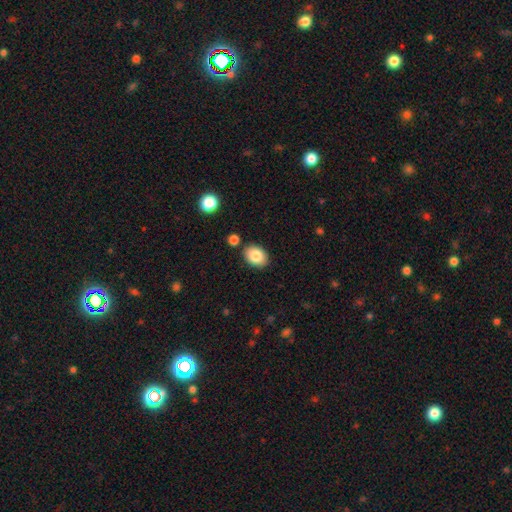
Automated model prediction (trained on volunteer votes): Smooth or featured: smooth — 85% (star or artifact — 8%)
How rounded: in between — 74% (round — 25%)
Merging: none — 84% (minor disturbance — 10%)